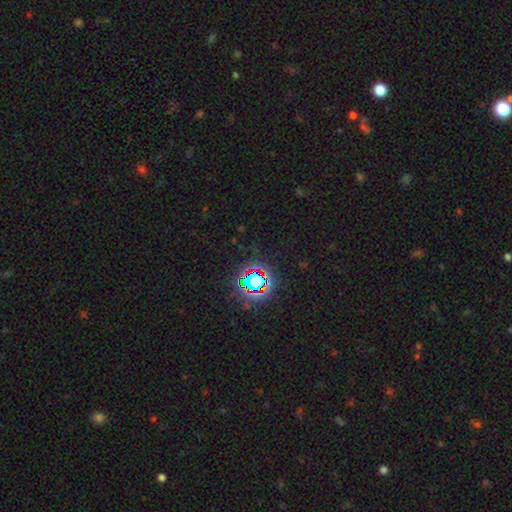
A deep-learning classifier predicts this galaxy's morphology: Smooth or featured: star or artifact — 78% (smooth — 14%)